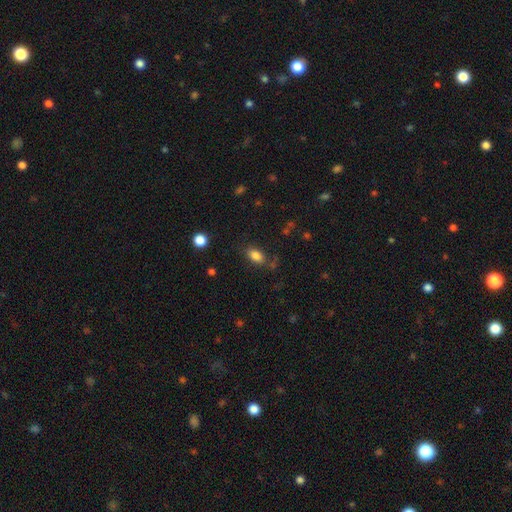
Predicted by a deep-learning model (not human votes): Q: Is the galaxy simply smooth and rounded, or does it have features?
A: smooth — 83%.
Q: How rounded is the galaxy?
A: in between — 87%.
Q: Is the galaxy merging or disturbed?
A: none — 76%.